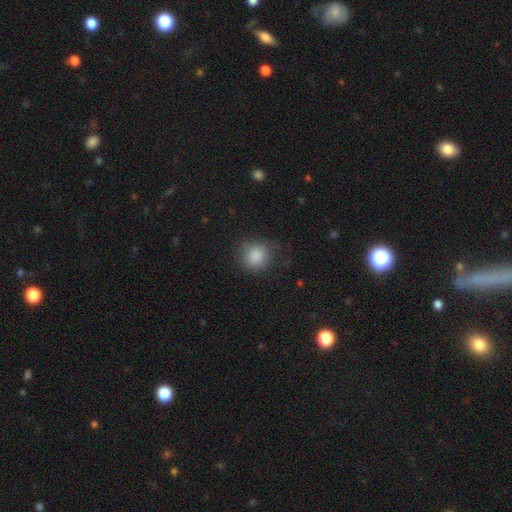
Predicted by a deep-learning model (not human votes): This is clearly a smooth galaxy (87%). How rounded: likely round (79%). Merging: likely none (76%).